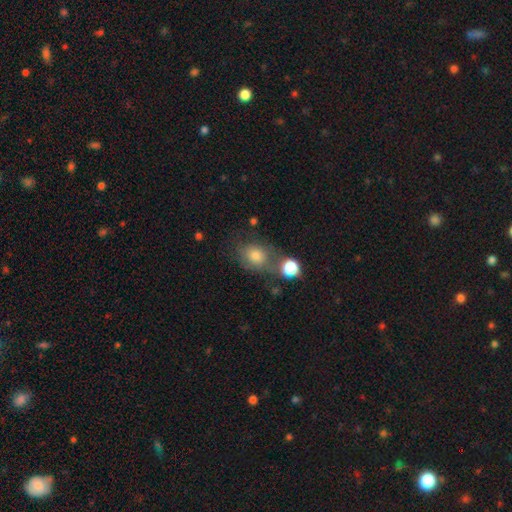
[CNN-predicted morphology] smooth-or-featured: smooth: 72% | featured or disk: 16% | star or artifact: 12%
  how-rounded: round: 56% | in between: 43% | cigar-shaped: 1%
  merging: none: 49% | merger: 20% | minor disturbance: 20% | major disturbance: 11%